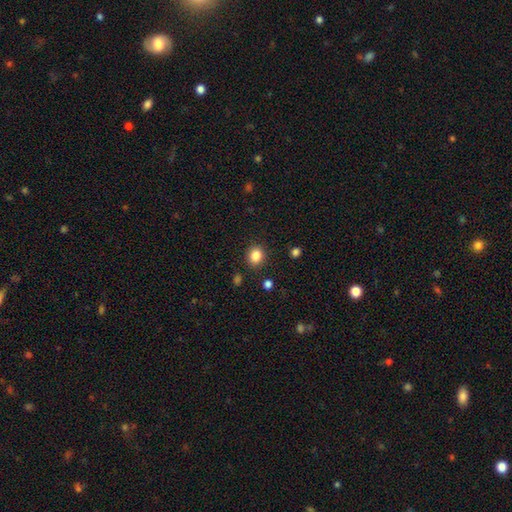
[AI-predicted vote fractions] Smooth or featured? Predicted: smooth (p=0.85). How rounded? Predicted: round (p=0.68). Merging? Predicted: none (p=0.87).